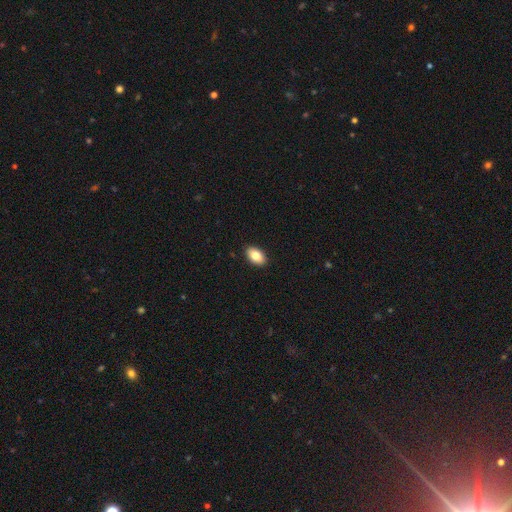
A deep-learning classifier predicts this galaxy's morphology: The model was most divided on "smooth or featured": smooth: 85%, featured or disk: 8%, star or artifact: 7%. More confident: how rounded — in between (92%); merging — none (91%).